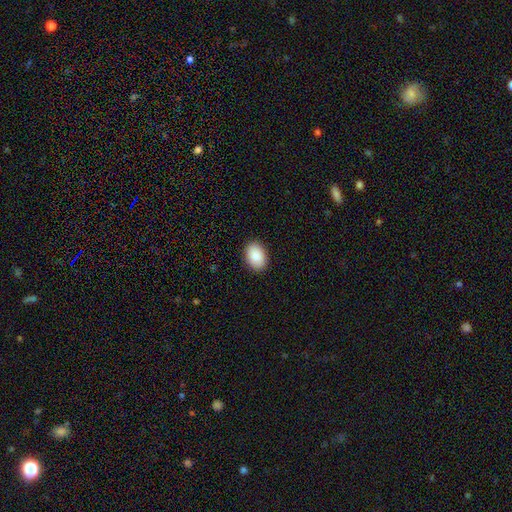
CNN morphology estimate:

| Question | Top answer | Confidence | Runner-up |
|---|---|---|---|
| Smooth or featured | smooth | 90% | star or artifact (6%) |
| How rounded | in between | 86% | round (13%) |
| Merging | none | 90% | minor disturbance (7%) |